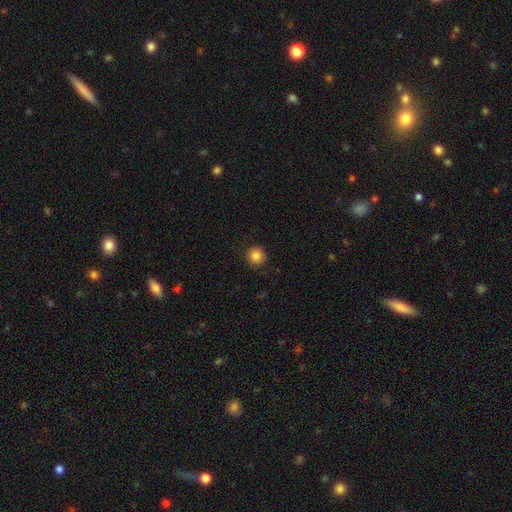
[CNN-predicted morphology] A smooth galaxy with no disk features (85%) that is round (93%).

Vote fractions:
- Smooth or featured? smooth: 85% / star or artifact: 10% / featured or disk: 4%
- How rounded? round: 93% / in between: 6% / cigar-shaped: 1%
- Merging? none: 90% / minor disturbance: 7% / major disturbance: 2% / merger: 1%